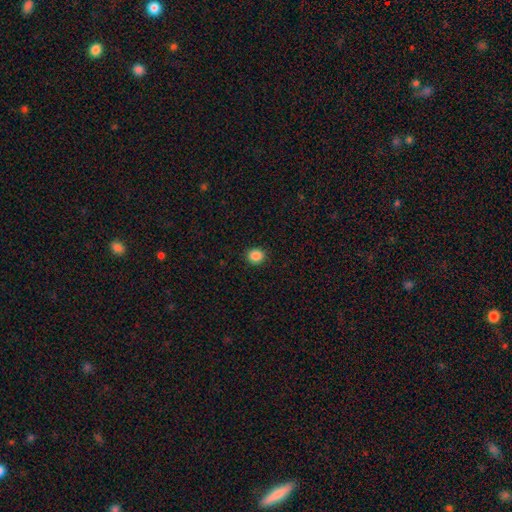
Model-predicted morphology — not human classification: smooth-or-featured: smooth: 87% | star or artifact: 10% | featured or disk: 3%
  how-rounded: round: 85% | in between: 14% | cigar-shaped: 1%
  merging: none: 92% | minor disturbance: 5% | major disturbance: 2% | merger: 1%